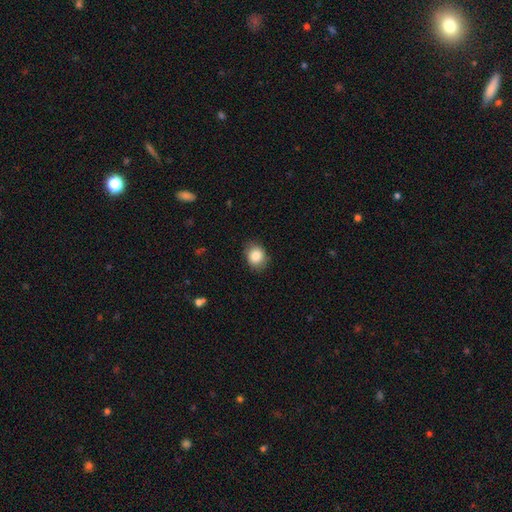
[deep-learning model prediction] The model was most divided on "how rounded": round: 54%, in between: 46%, cigar-shaped: 1%. More confident: smooth or featured — smooth (85%); merging — none (84%).